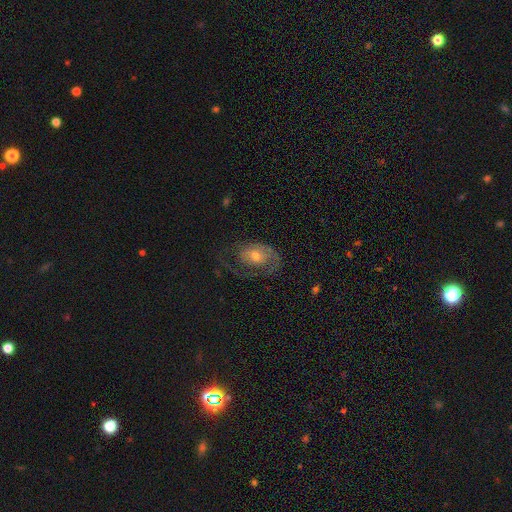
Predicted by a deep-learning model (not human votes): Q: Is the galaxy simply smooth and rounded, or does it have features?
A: featured or disk — 62%.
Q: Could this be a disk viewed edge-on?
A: no — 96%.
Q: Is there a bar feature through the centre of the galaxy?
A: no — 71%.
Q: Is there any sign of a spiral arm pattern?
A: yes — 75%.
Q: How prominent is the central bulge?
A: moderate — 58%.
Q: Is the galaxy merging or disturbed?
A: none — 45%.